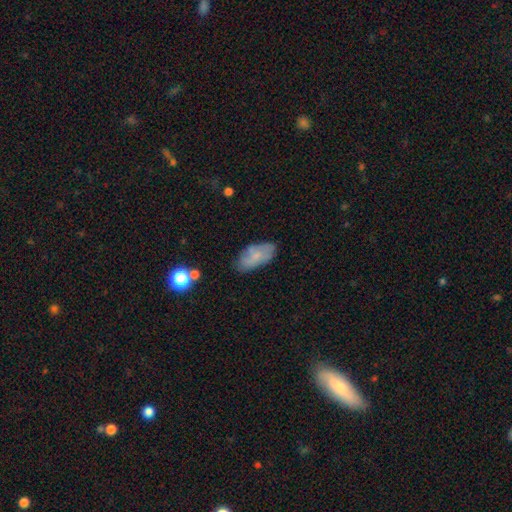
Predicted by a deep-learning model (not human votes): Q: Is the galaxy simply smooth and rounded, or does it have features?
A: smooth — 65%.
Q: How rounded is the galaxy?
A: in between — 91%.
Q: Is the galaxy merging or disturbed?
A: none — 69%.